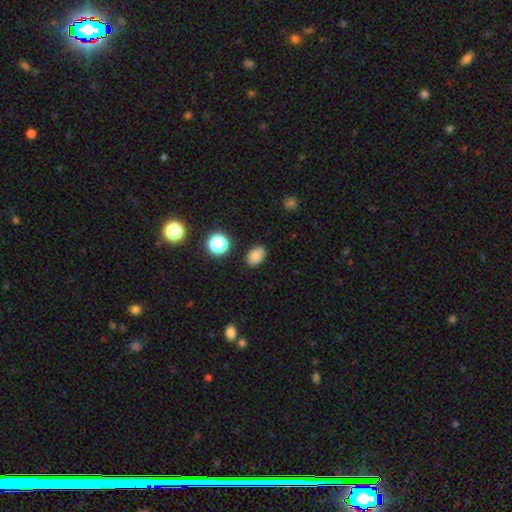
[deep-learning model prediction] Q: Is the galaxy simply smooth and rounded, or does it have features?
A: smooth — 80%.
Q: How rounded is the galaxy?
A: in between — 80%.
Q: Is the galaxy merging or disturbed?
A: none — 85%.